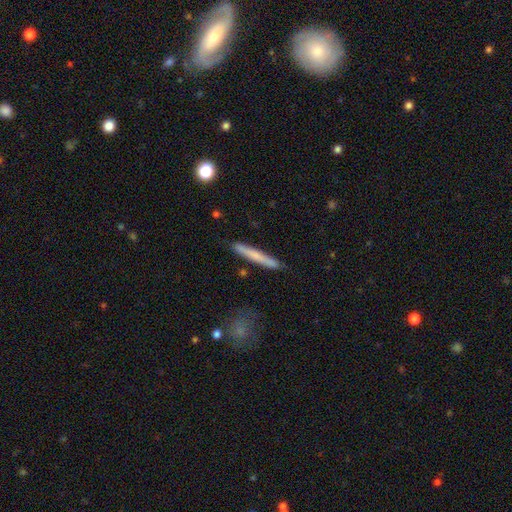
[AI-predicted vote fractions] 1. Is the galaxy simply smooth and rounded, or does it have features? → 64% smooth, 30% featured or disk, 6% star or artifact.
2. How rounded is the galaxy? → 96% cigar-shaped, 3% in between, 1% round.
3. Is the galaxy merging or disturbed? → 87% none, 10% minor disturbance, 2% merger, 2% major disturbance.